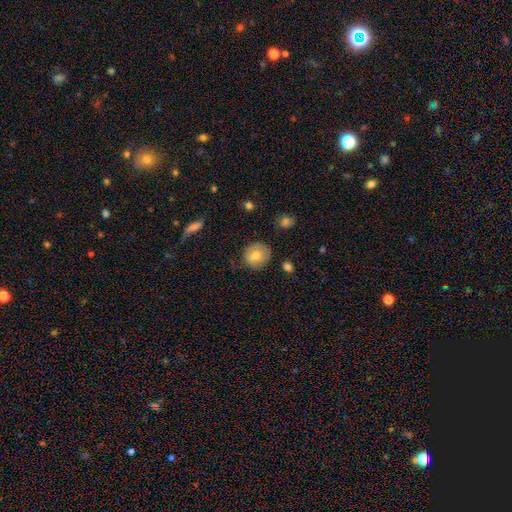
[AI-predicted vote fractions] A smooth galaxy with no disk features (76%) that is round (76%).

Vote fractions:
- Smooth or featured? smooth: 76% / featured or disk: 16% / star or artifact: 8%
- How rounded? round: 76% / in between: 23% / cigar-shaped: 1%
- Merging? none: 77% / minor disturbance: 17% / major disturbance: 4% / merger: 2%